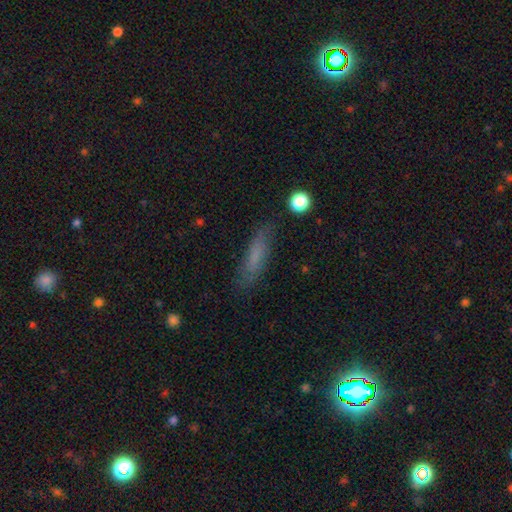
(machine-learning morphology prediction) This is likely a smooth galaxy (68%). How rounded: likely cigar-shaped (72%). Merging: likely none (79%).